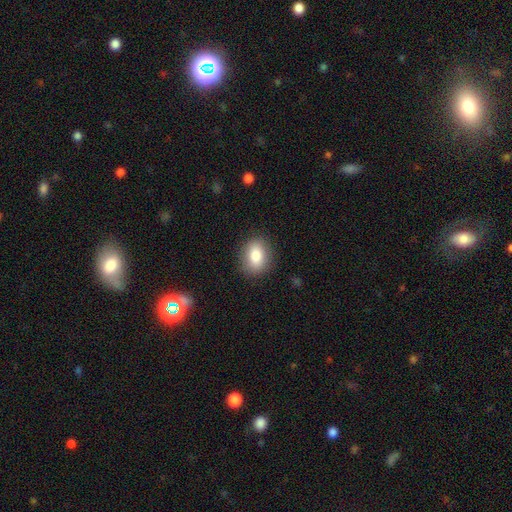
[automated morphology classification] This is clearly a smooth galaxy (83%). How rounded: likely in between (65%). Merging: clearly none (87%).